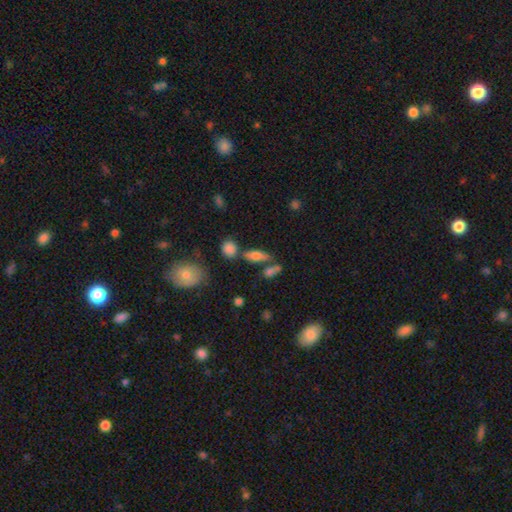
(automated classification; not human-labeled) Smooth or featured?
  - smooth: 66% *
  - featured or disk: 23%
  - star or artifact: 11%
How rounded?
  - in between: 58% *
  - cigar-shaped: 35%
  - round: 7%
Merging?
  - none: 63% *
  - merger: 19%
  - minor disturbance: 13%
  - major disturbance: 5%